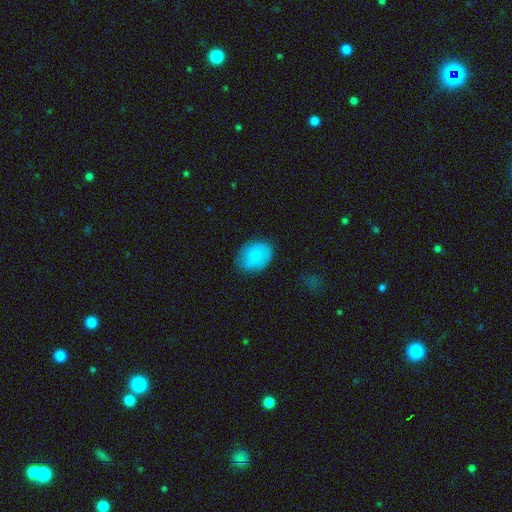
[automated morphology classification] Q: Smooth or featured?
A: smooth (77%); runner-up: featured or disk (16%)
Q: How rounded?
A: in between (60%); runner-up: round (39%)
Q: Merging?
A: none (78%); runner-up: minor disturbance (16%)